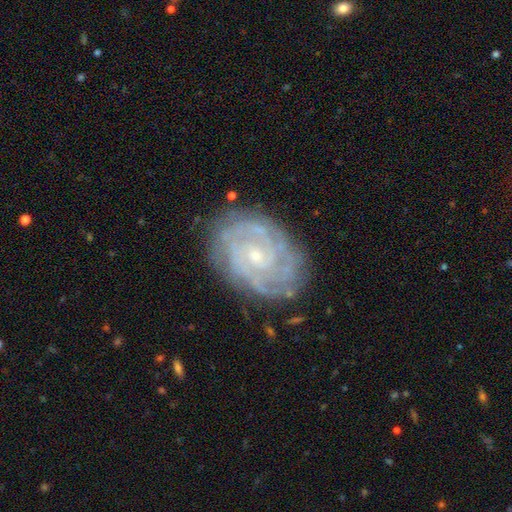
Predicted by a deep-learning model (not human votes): Smooth or featured? Predicted: featured or disk (p=0.86). Edge-on disk? Predicted: no (p=0.97). Bar? Predicted: no (p=0.70). Spiral arms? Predicted: yes (p=0.96). Spiral winding? Predicted: tight (p=0.77). Spiral arm count? Predicted: can't tell (p=0.32). Bulge size? Predicted: small (p=0.75). Merging? Predicted: none (p=0.79).